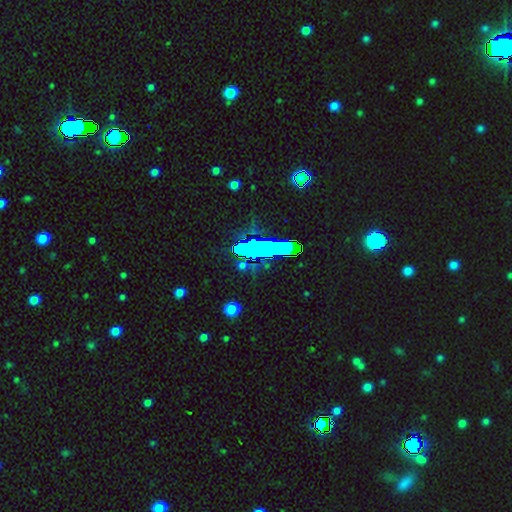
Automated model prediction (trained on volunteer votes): A star or artifact, not a galaxy (47%).

Vote fractions:
- Smooth or featured? star or artifact: 47% / smooth: 27% / featured or disk: 25%